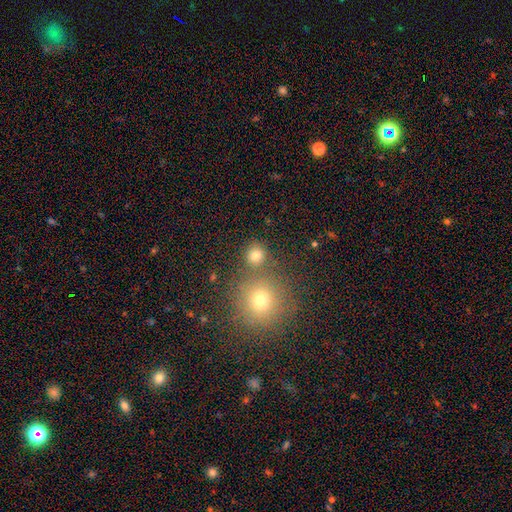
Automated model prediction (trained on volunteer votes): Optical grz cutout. It shows a smooth galaxy with no disk features (76%) that is round (88%). Merging: none (75%).